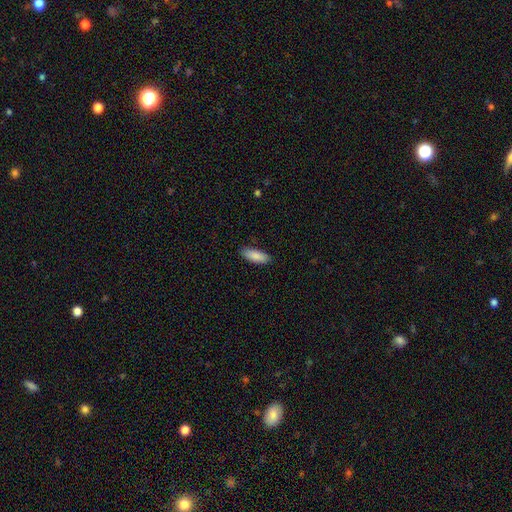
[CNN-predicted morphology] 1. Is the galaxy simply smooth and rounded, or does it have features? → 89% smooth, 6% star or artifact, 6% featured or disk.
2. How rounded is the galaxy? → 70% in between, 28% cigar-shaped, 2% round.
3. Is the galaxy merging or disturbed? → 88% none, 9% minor disturbance, 2% major disturbance, 1% merger.